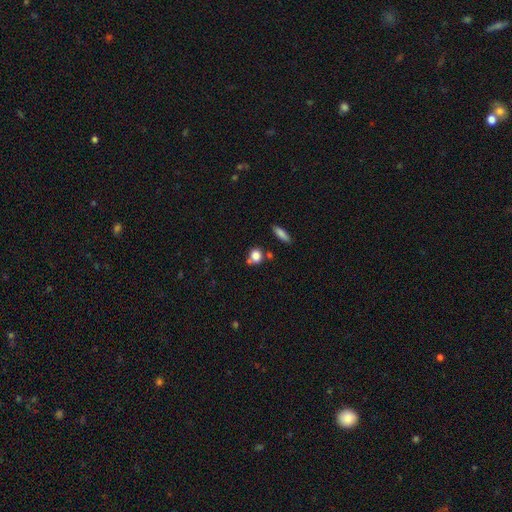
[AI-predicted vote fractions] A smooth galaxy with no disk features (81%) that is round (73%).

Vote fractions:
- Smooth or featured? smooth: 81% / star or artifact: 12% / featured or disk: 8%
- How rounded? round: 73% / in between: 24% / cigar-shaped: 3%
- Merging? none: 61% / merger: 19% / minor disturbance: 15% / major disturbance: 5%